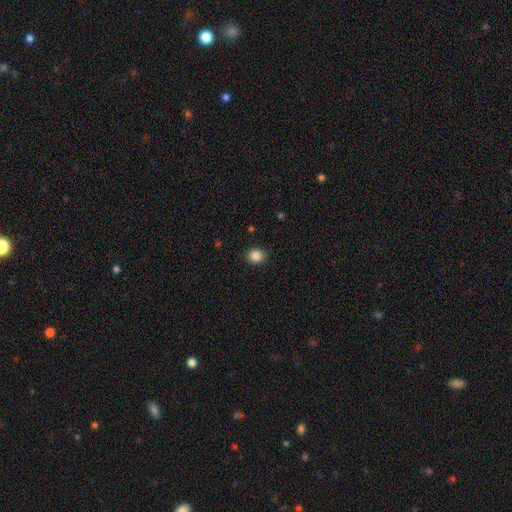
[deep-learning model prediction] smooth_or_featured: smooth (p=0.86) [alt: star or artifact p=0.10]
how_rounded: round (p=0.67) [alt: in between p=0.32]
merging: none (p=0.90) [alt: minor disturbance p=0.07]